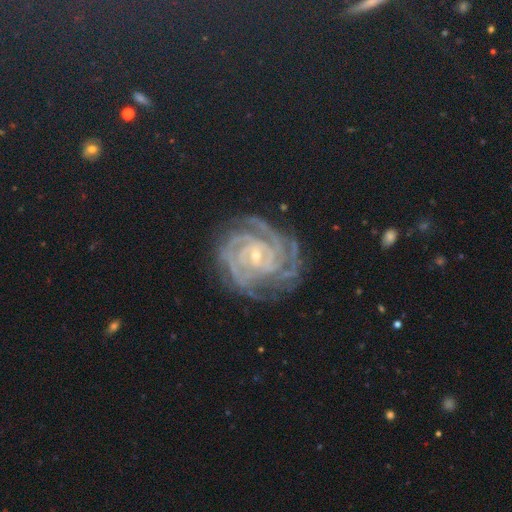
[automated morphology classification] This appears to be a featured or disk galaxy (89%) with no bar (53%), 3 (22%) tight (83%) spiral arms (98%) and a small central bulge (78%). Merging: none (75%).